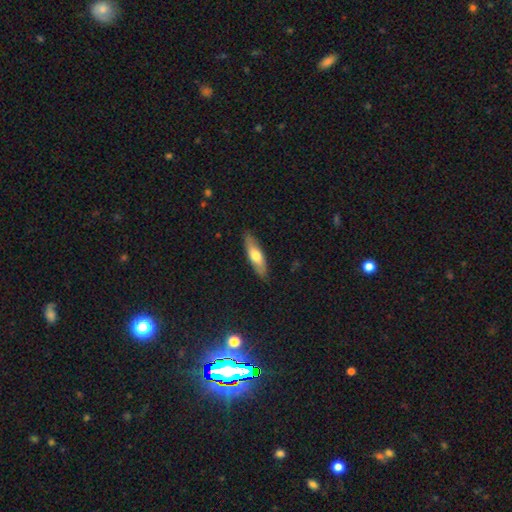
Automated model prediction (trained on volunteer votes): Smooth or featured? smooth (62%)
How rounded? cigar-shaped (61%)
Merging? none (86%)